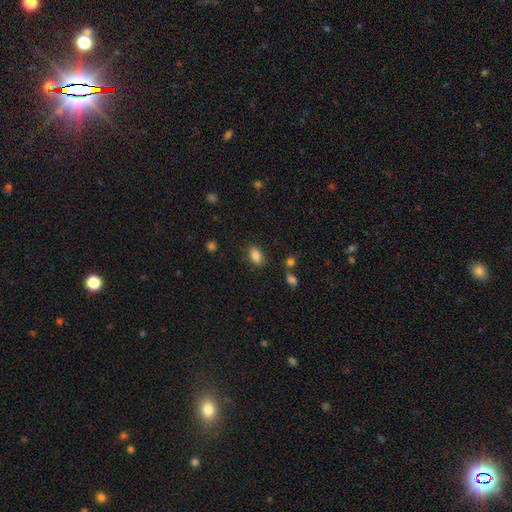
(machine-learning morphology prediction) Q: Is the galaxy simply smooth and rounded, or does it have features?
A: smooth — 84%.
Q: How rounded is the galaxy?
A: in between — 87%.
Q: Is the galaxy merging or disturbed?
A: none — 81%.